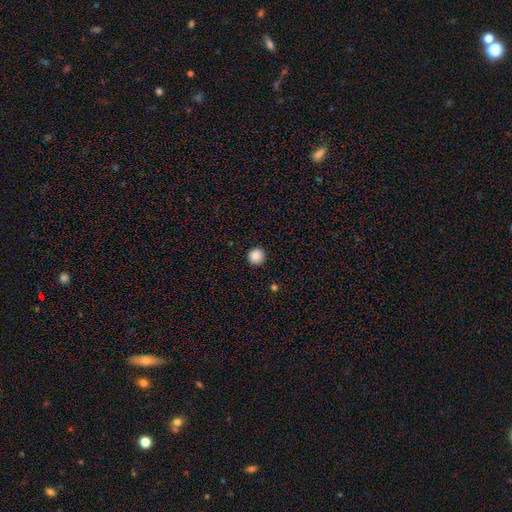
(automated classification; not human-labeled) A smooth galaxy with no disk features (87%) that is round (96%).

Vote fractions:
- Smooth or featured? smooth: 87% / star or artifact: 9% / featured or disk: 4%
- How rounded? round: 96% / in between: 3% / cigar-shaped: 1%
- Merging? none: 93% / minor disturbance: 5% / major disturbance: 2% / merger: 1%